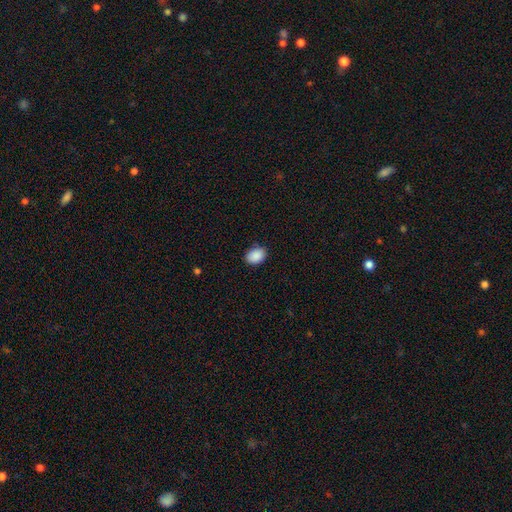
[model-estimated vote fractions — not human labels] smooth 90%, star or artifact 7%, featured or disk 3%. Down the decision tree: how rounded — in between (78%); merging — none (84%).